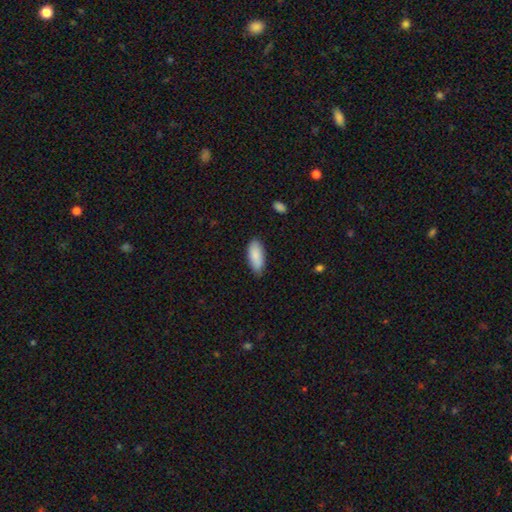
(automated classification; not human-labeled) Smooth or featured: smooth — 88% (featured or disk — 6%)
How rounded: in between — 84% (cigar-shaped — 15%)
Merging: none — 81% (minor disturbance — 15%)